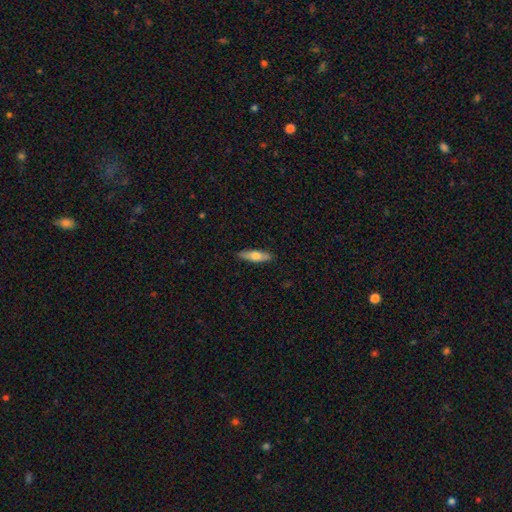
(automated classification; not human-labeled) A smooth galaxy with no disk features (62%) that is cigar-shaped (61%). Merging: none (89%).